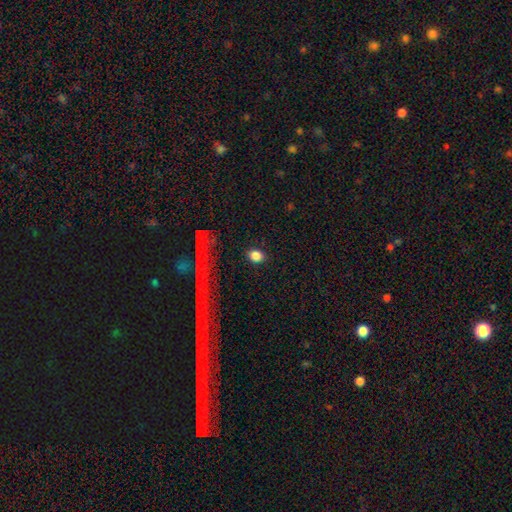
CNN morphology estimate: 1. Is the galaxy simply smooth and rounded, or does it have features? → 84% smooth, 10% star or artifact, 6% featured or disk.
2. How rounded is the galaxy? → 56% in between, 43% round, 2% cigar-shaped.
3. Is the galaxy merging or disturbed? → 88% none, 8% minor disturbance, 3% major disturbance, 1% merger.